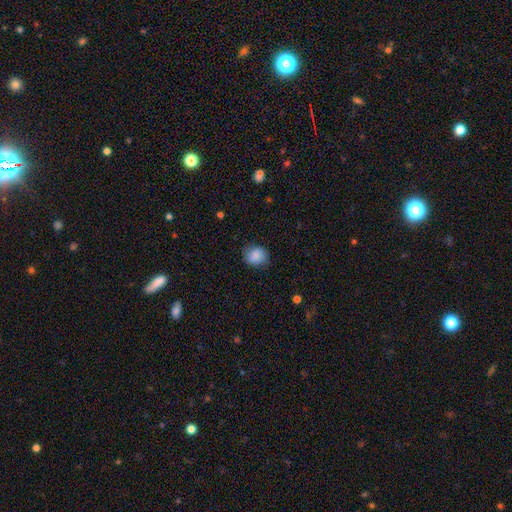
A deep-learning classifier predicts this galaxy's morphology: A smooth galaxy with no disk features (86%) that is round (68%). Merging: none (79%).